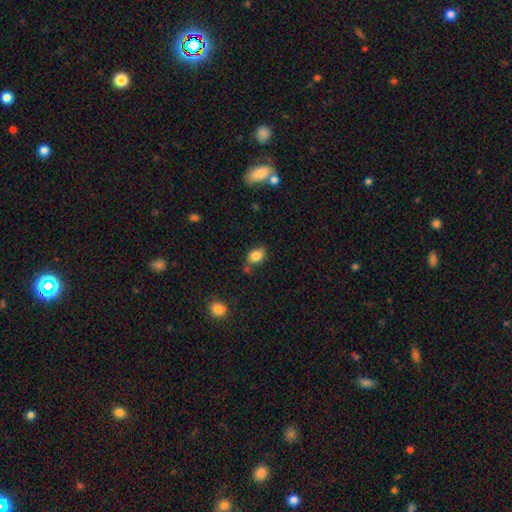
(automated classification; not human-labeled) smooth 83%, star or artifact 9%, featured or disk 8%. Down the decision tree: how rounded — in between (70%); merging — none (70%).